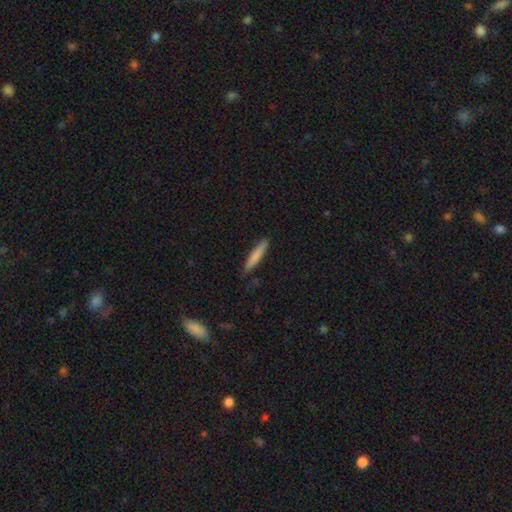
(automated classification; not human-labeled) The model was most divided on "smooth or featured": smooth: 79%, featured or disk: 15%, star or artifact: 6%. More confident: how rounded — cigar-shaped (92%); merging — none (86%).